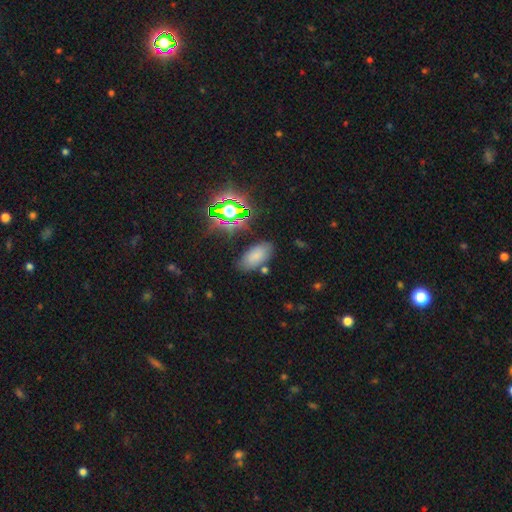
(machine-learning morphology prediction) Smooth or featured?
  - smooth: 71% *
  - star or artifact: 18%
  - featured or disk: 11%
How rounded?
  - in between: 92% *
  - round: 4%
  - cigar-shaped: 4%
Merging?
  - none: 78% *
  - minor disturbance: 13%
  - merger: 5%
  - major disturbance: 4%